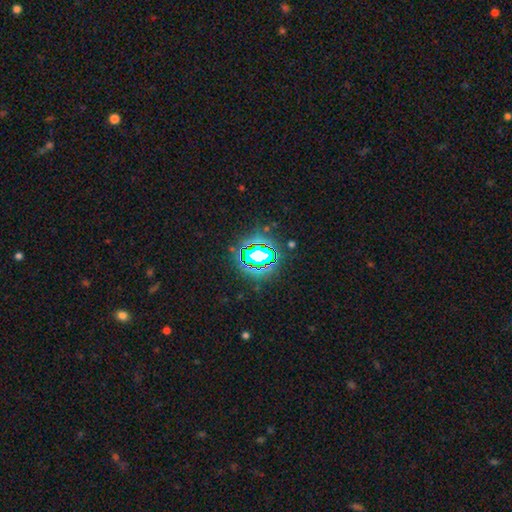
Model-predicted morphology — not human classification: Smooth or featured? star or artifact (70%)